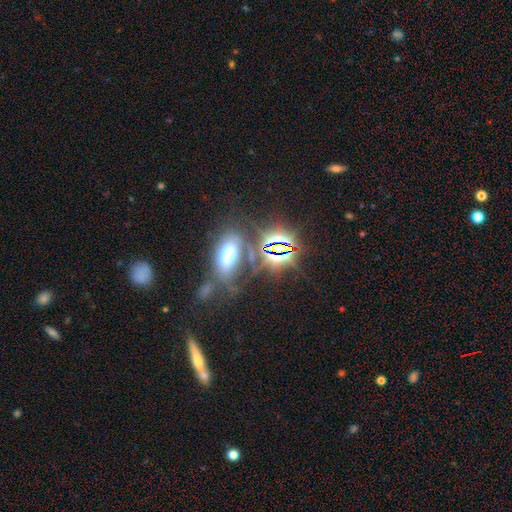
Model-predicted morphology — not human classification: This is marginally a star or artifact rather than a galaxy (42%).